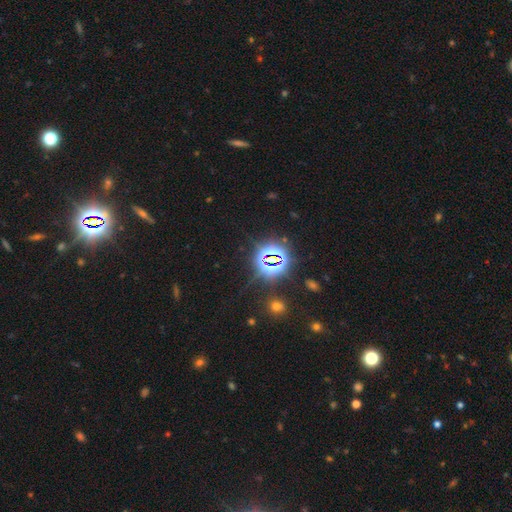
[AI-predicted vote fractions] Smooth or featured? star or artifact (82%)